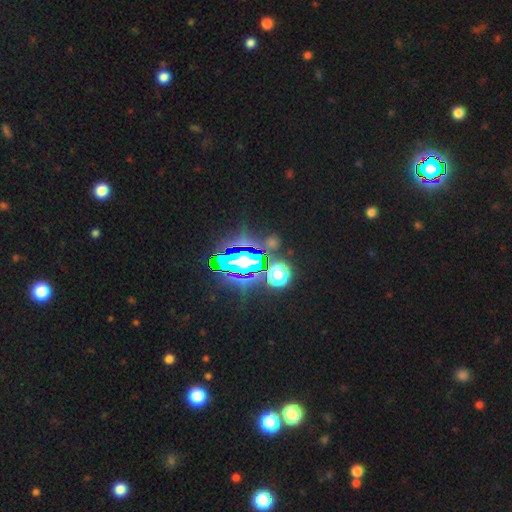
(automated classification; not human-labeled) This is clearly a star or artifact rather than a galaxy (81%).